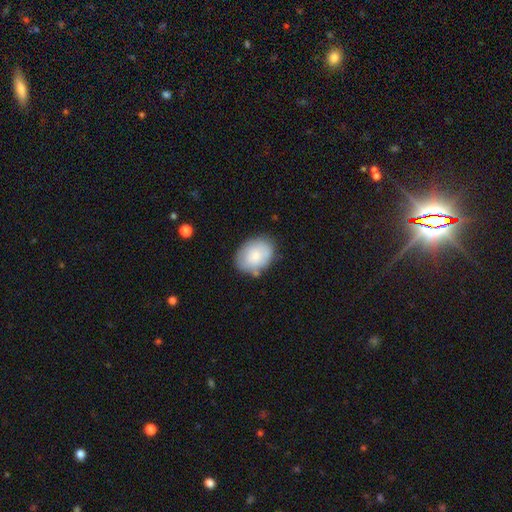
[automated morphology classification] A smooth galaxy with no disk features (75%) that is in between round and cigar-shaped (72%). Merging: none (71%).